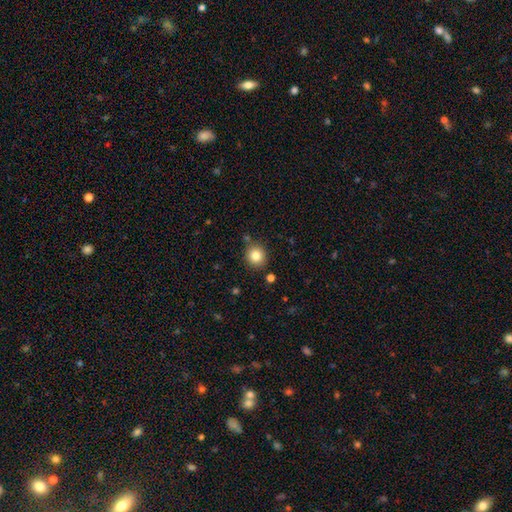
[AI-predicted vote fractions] A smooth galaxy with no disk features (82%) that is round (88%). Merging: none (85%).